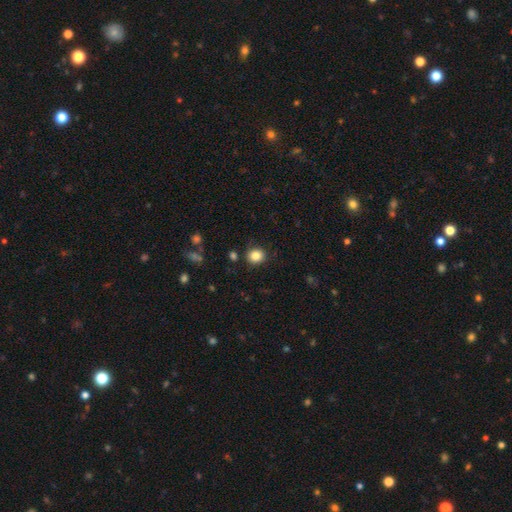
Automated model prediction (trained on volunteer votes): Smooth or featured: smooth — 84% (star or artifact — 11%)
How rounded: round — 85% (in between — 14%)
Merging: none — 87% (minor disturbance — 9%)